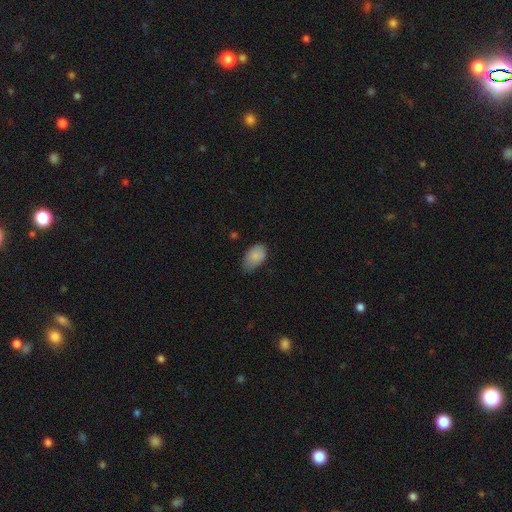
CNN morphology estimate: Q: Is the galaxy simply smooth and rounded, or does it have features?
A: smooth — 85%.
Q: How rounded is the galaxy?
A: in between — 90%.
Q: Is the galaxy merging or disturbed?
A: none — 49%.